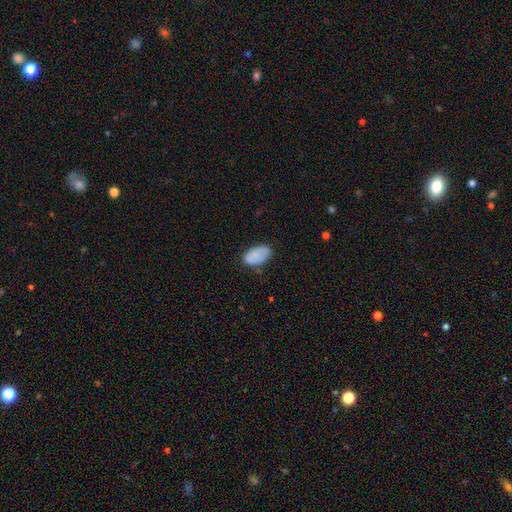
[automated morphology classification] Smooth or featured?
  - smooth: 86% *
  - featured or disk: 7%
  - star or artifact: 7%
How rounded?
  - in between: 94% *
  - round: 4%
  - cigar-shaped: 1%
Merging?
  - none: 75% *
  - minor disturbance: 19%
  - major disturbance: 4%
  - merger: 2%